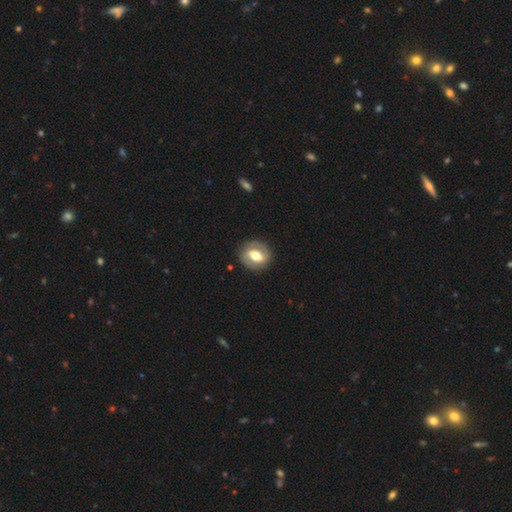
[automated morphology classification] Smooth or featured?
  - featured or disk: 63% *
  - smooth: 31%
  - star or artifact: 6%
Edge-on disk?
  - no: 95% *
  - yes: 5%
Bar?
  - weak: 39% *
  - strong: 35%
  - no: 26%
Spiral arms?
  - yes: 69% *
  - no: 31%
Bulge size?
  - moderate: 66% *
  - large: 23%
  - small: 8%
  - dominant: 2%
  - none: 1%
Merging?
  - none: 84% *
  - minor disturbance: 11%
  - major disturbance: 4%
  - merger: 1%